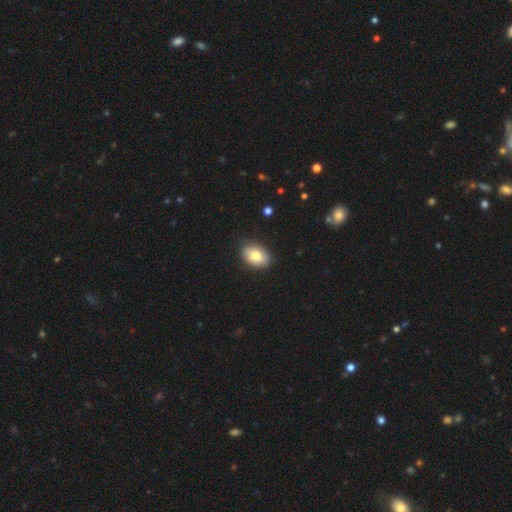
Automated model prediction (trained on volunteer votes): A smooth galaxy with no disk features (78%) that is in between round and cigar-shaped (82%). Merging: none (86%).